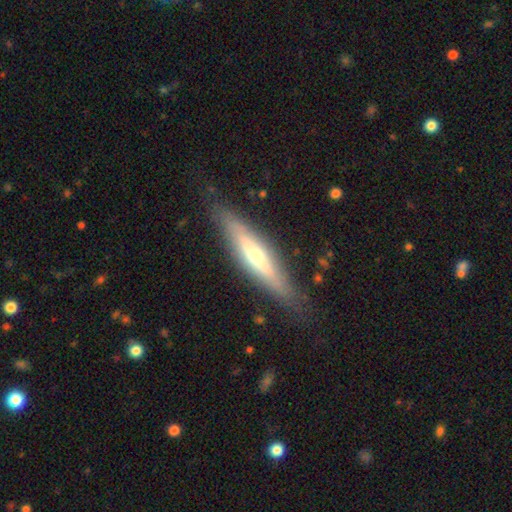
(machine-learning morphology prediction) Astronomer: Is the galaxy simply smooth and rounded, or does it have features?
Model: featured or disk — 62%.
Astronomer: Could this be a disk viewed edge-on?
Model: yes — 89%.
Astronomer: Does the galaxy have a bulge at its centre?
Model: rounded — 74%.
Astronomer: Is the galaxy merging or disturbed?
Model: none — 82%.